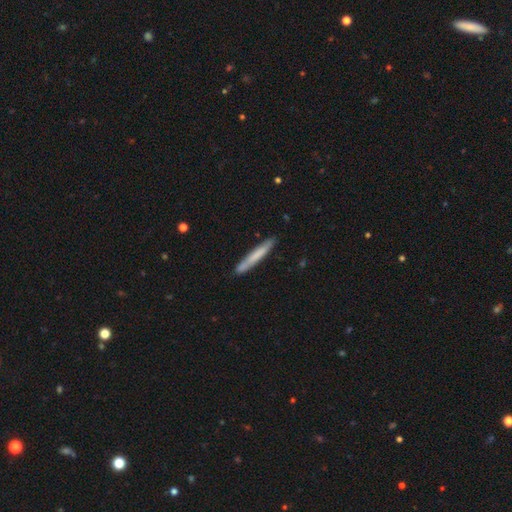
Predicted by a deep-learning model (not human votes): Smooth or featured? smooth (69%)
How rounded? cigar-shaped (96%)
Merging? none (88%)